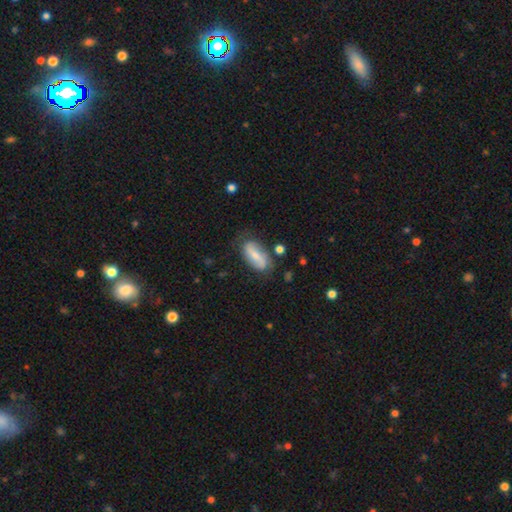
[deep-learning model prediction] This is possibly a smooth galaxy (51%). How rounded: clearly in between (86%). Merging: likely none (65%).